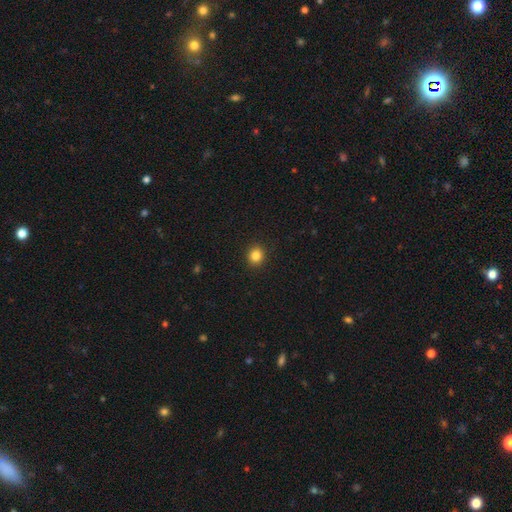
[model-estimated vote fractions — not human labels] Smooth or featured? Predicted: smooth (p=0.84). How rounded? Predicted: round (p=0.84). Merging? Predicted: none (p=0.92).